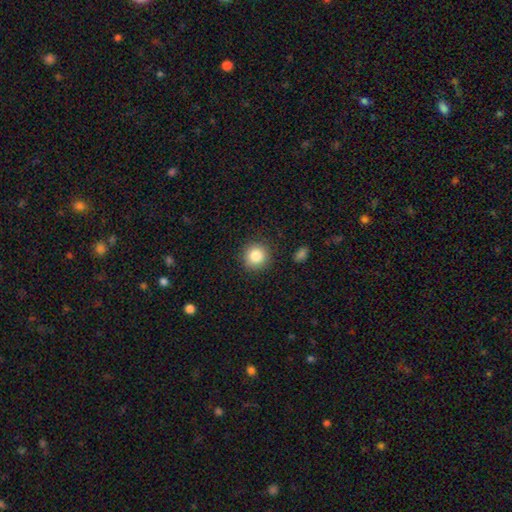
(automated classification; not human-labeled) smooth-or-featured: smooth: 84% | star or artifact: 10% | featured or disk: 6%
  how-rounded: round: 91% | in between: 8% | cigar-shaped: 1%
  merging: none: 89% | minor disturbance: 7% | major disturbance: 2% | merger: 1%